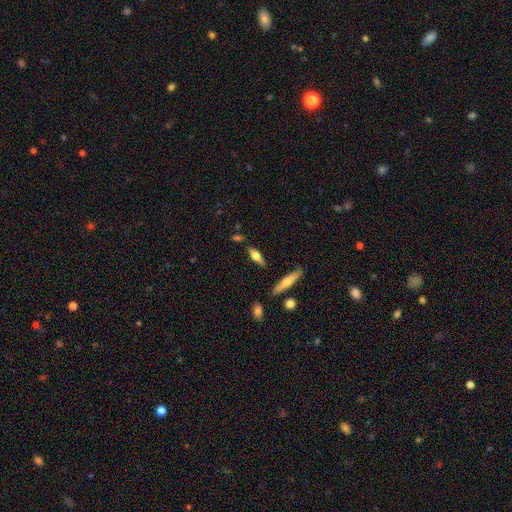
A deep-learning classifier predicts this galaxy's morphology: Overall: smooth (49%; featured or disk 43%). Merging: none (78%).